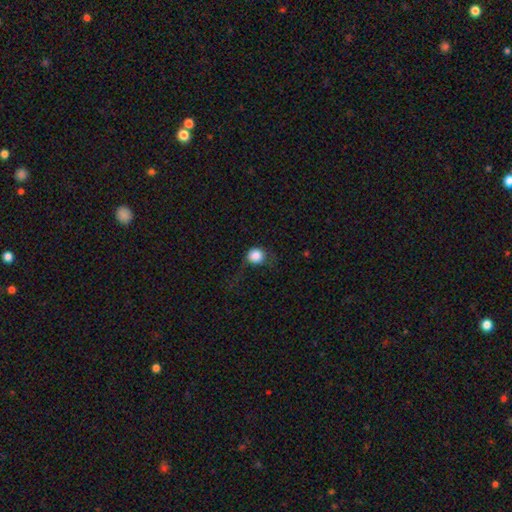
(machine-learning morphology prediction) This is clearly a smooth galaxy (84%). How rounded: clearly round (89%). Merging: possibly none (55%).